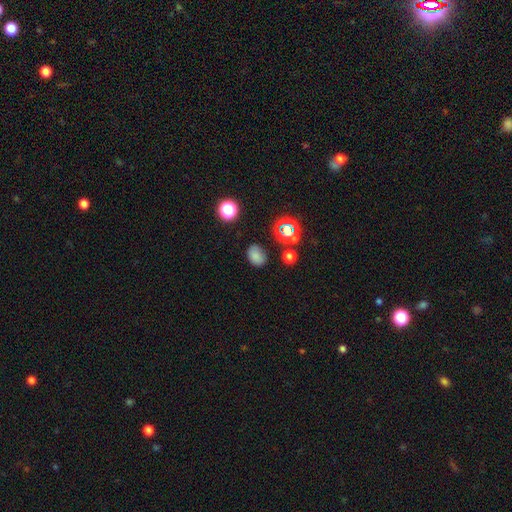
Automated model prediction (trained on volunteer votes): Smooth or featured?
  - smooth: 75% *
  - star or artifact: 18%
  - featured or disk: 7%
How rounded?
  - in between: 68% *
  - round: 31%
  - cigar-shaped: 1%
Merging?
  - none: 75% *
  - minor disturbance: 17%
  - major disturbance: 5%
  - merger: 3%